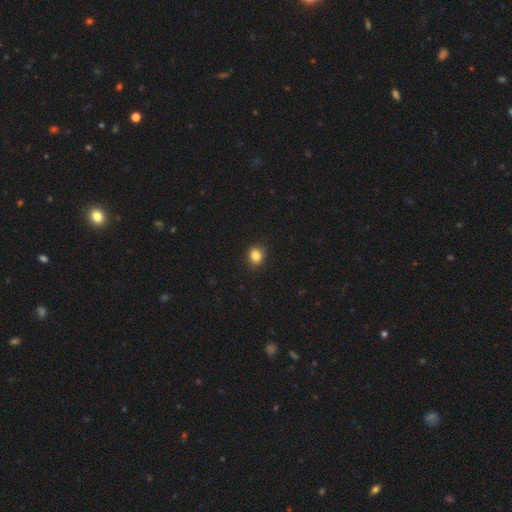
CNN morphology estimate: Smooth or featured?
  - smooth: 85% *
  - star or artifact: 11%
  - featured or disk: 5%
How rounded?
  - round: 68% *
  - in between: 31%
  - cigar-shaped: 1%
Merging?
  - none: 89% *
  - minor disturbance: 8%
  - major disturbance: 2%
  - merger: 1%